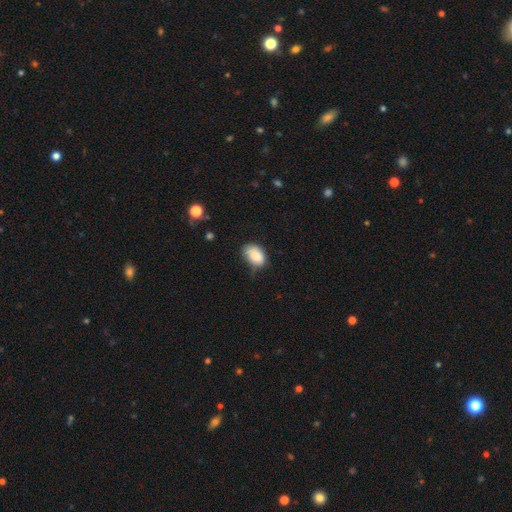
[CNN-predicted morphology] A smooth galaxy with no disk features (87%) that is in between round and cigar-shaped (88%). Merging: none (60%).